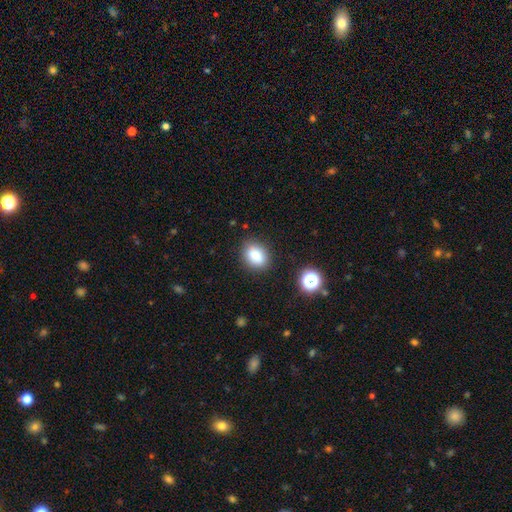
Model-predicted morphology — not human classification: Smooth or featured: smooth — 84% (star or artifact — 10%)
How rounded: in between — 63% (round — 36%)
Merging: none — 84% (minor disturbance — 11%)